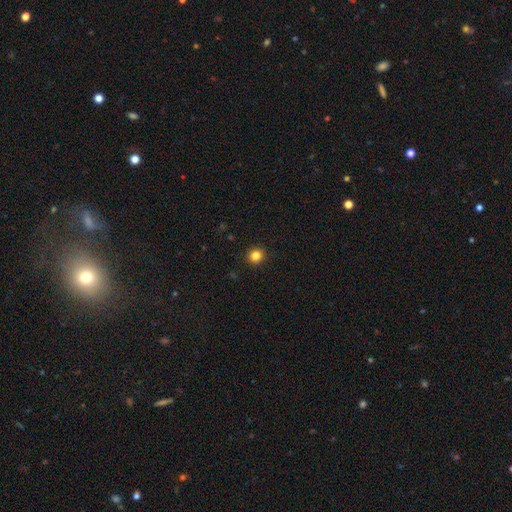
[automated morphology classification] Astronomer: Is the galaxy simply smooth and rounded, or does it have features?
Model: smooth — 83%.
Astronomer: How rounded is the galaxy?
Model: round — 91%.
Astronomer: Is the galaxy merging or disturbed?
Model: none — 93%.